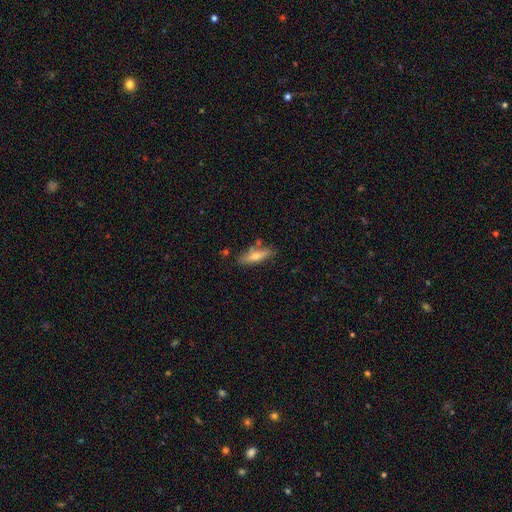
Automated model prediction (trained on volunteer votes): This is possibly a smooth galaxy (53%). How rounded: likely cigar-shaped (63%). Merging: likely none (76%).